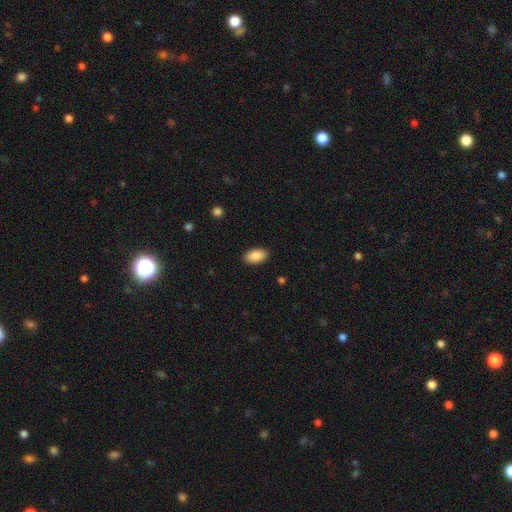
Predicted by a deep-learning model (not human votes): Morphology: type=smooth (89%); roundness=in between (95%); merging=none (89%).